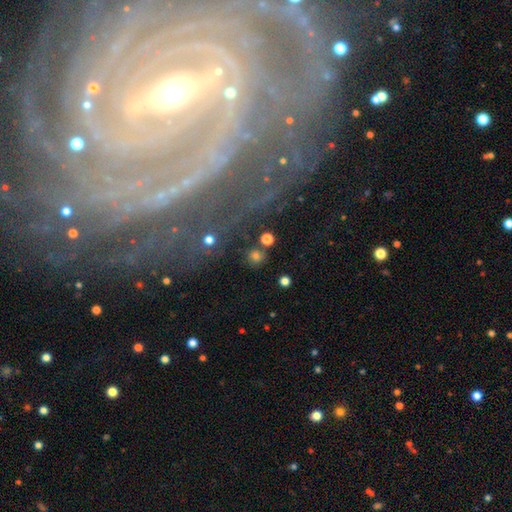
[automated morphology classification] Smooth or featured?
  - smooth: 74% *
  - star or artifact: 17%
  - featured or disk: 9%
How rounded?
  - round: 92% *
  - in between: 7%
  - cigar-shaped: 1%
Merging?
  - none: 83% *
  - minor disturbance: 7%
  - merger: 6%
  - major disturbance: 4%